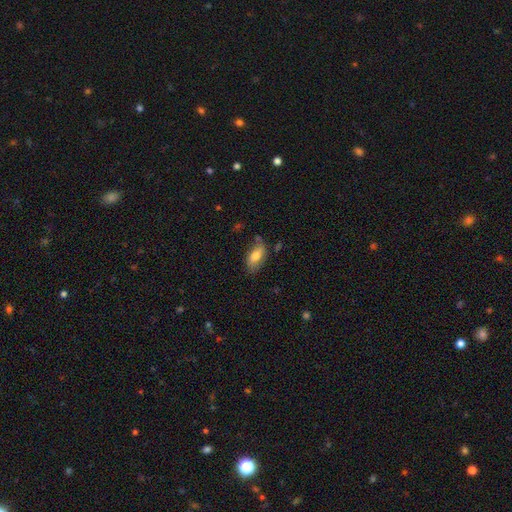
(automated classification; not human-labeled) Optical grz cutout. It shows a smooth galaxy with no disk features (72%) that is in between round and cigar-shaped (90%). Merging: none (64%).